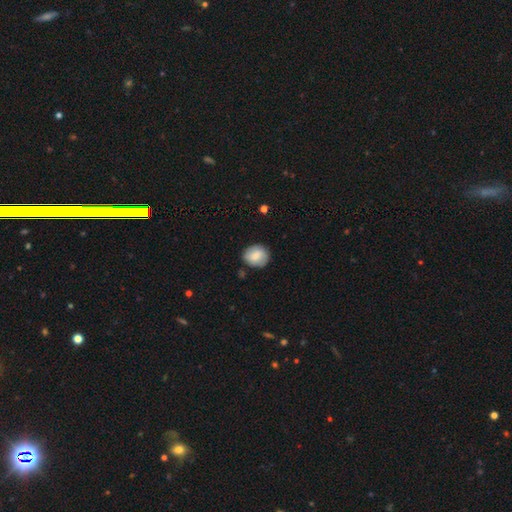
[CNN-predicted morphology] This is likely a smooth galaxy (77%). How rounded: likely round (72%). Merging: clearly none (80%).